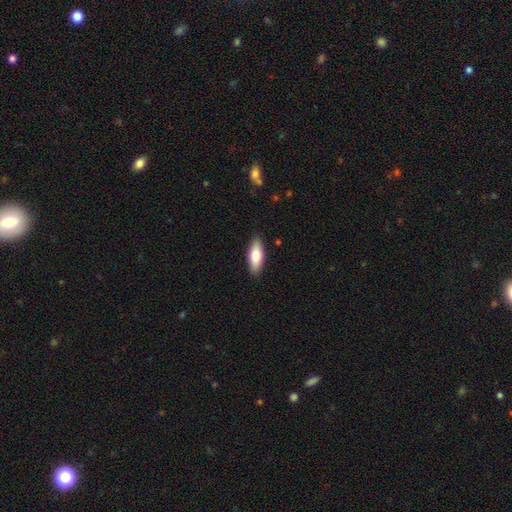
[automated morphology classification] This is likely a smooth galaxy (76%). How rounded: likely in between (73%). Merging: clearly none (88%).